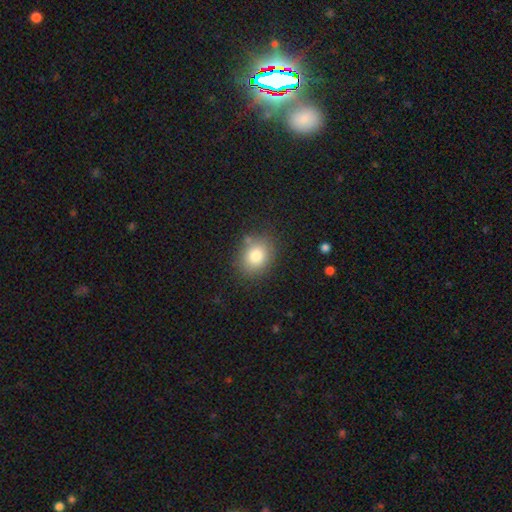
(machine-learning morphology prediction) This is clearly a smooth galaxy (80%). How rounded: possibly round (56%). Merging: likely none (78%).